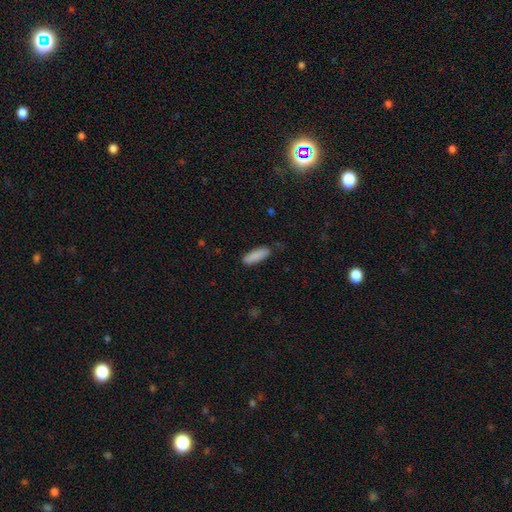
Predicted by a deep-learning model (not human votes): Smooth or featured? Predicted: smooth (p=0.89). How rounded? Predicted: in between (p=0.52). Merging? Predicted: none (p=0.83).